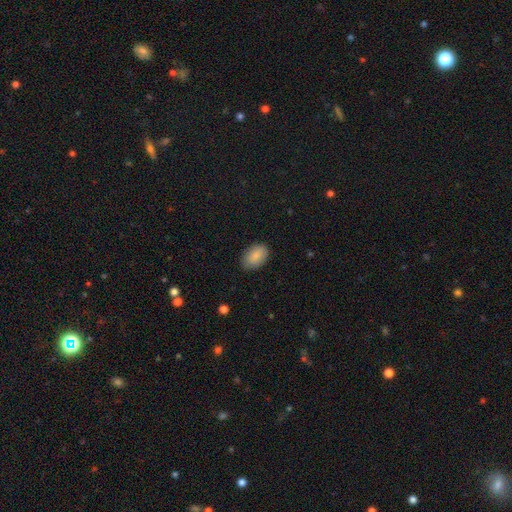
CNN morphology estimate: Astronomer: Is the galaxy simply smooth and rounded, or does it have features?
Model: smooth — 88%.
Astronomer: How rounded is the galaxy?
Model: in between — 90%.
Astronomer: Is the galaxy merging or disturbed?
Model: none — 85%.